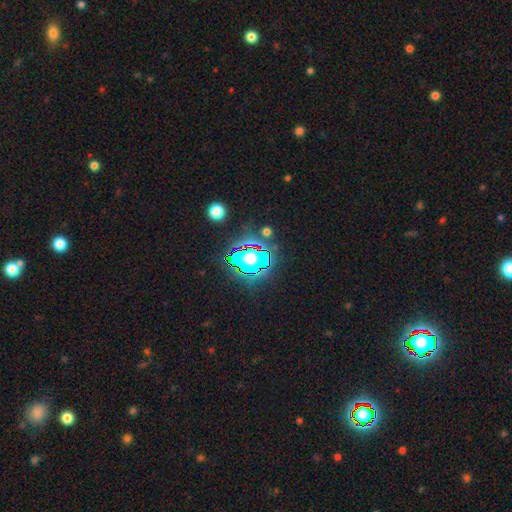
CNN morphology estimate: Smooth or featured?
  - star or artifact: 82% *
  - smooth: 11%
  - featured or disk: 7%